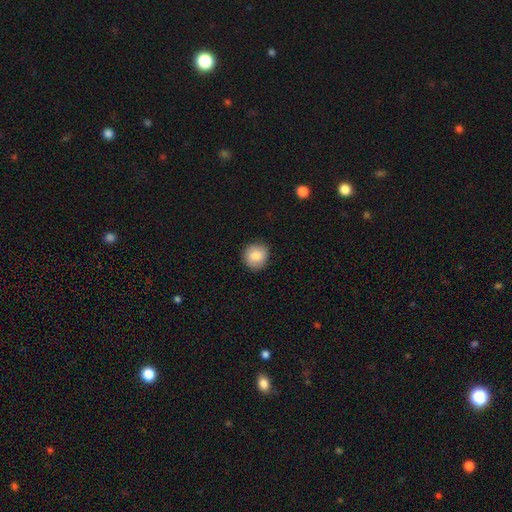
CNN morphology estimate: Smooth or featured? smooth (82%)
How rounded? round (91%)
Merging? none (87%)